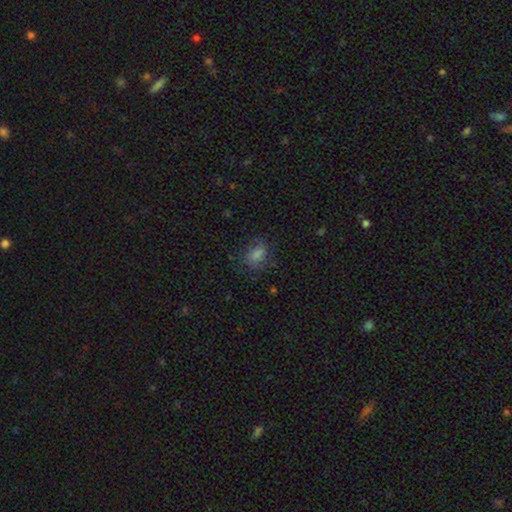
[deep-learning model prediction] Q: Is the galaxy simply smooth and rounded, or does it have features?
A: smooth — 63%.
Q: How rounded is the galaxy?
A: in between — 71%.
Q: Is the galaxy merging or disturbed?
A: none — 66%.